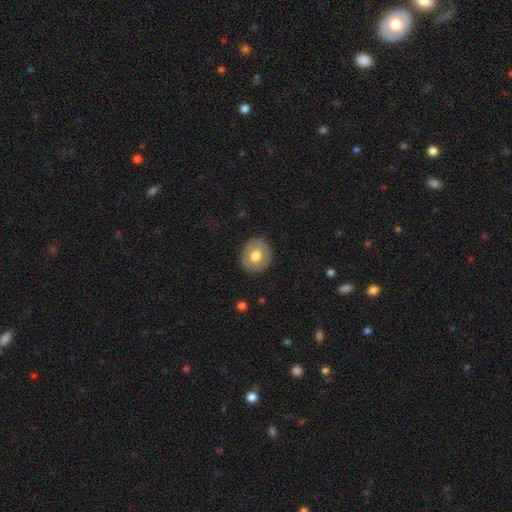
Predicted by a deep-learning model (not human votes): A smooth galaxy with no disk features (65%) that is round (80%).

Vote fractions:
- Smooth or featured? smooth: 65% / featured or disk: 29% / star or artifact: 6%
- How rounded? round: 80% / in between: 19% / cigar-shaped: 1%
- Merging? none: 84% / minor disturbance: 12% / major disturbance: 3% / merger: 1%